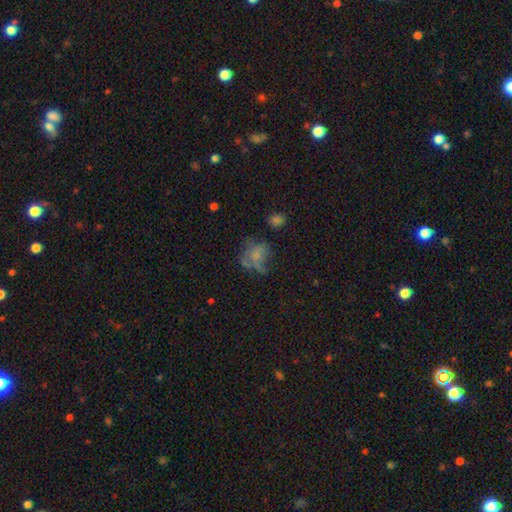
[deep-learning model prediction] smooth_or_featured: smooth (p=0.53) [alt: featured or disk p=0.31]
how_rounded: round (p=0.57) [alt: in between p=0.41]
merging: none (p=0.39) [alt: major disturbance p=0.29]